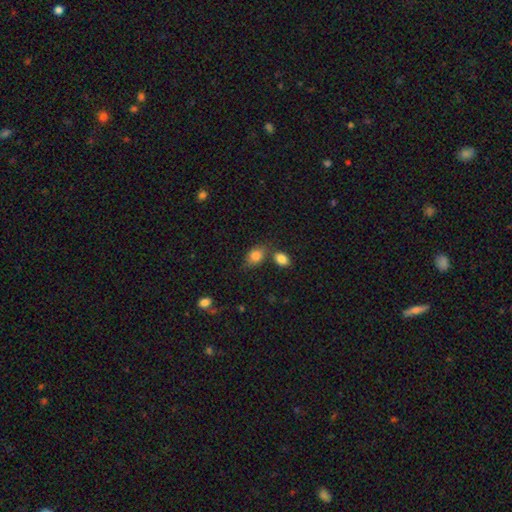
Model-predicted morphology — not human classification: Smooth or featured? smooth (83%)
How rounded? in between (78%)
Merging? none (57%)